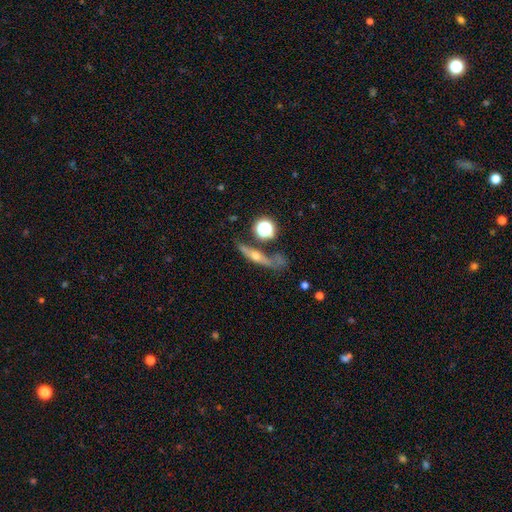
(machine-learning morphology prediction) smooth-or-featured: featured or disk: 58% | smooth: 31% | star or artifact: 11%
  disk-edge-on: yes: 82% | no: 18%
  merging: none: 57% | minor disturbance: 19% | major disturbance: 13% | merger: 11%